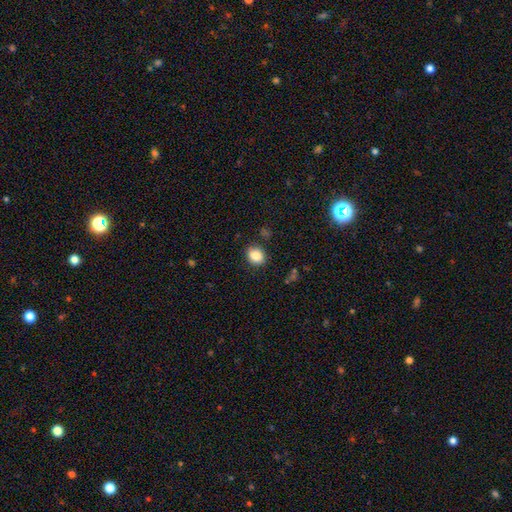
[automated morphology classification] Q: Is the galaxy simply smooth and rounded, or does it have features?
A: smooth — 86%.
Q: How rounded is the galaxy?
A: round — 58%.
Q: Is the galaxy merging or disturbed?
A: none — 85%.